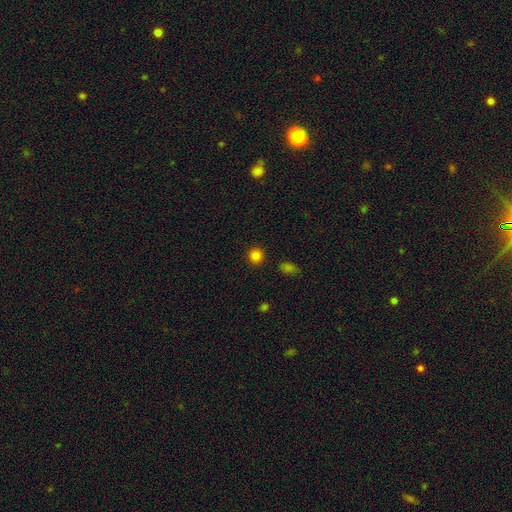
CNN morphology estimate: This appears to be a smooth galaxy with no disk features (83%) that is round (91%). Merging: none (91%).